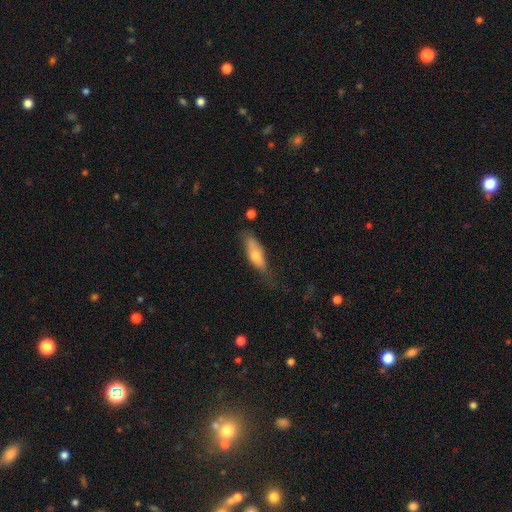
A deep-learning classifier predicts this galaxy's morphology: Smooth or featured? Predicted: smooth (p=0.64). How rounded? Predicted: in between (p=0.54). Merging? Predicted: none (p=0.55).